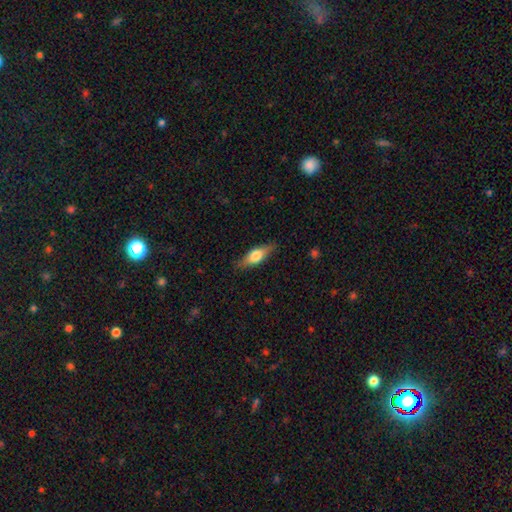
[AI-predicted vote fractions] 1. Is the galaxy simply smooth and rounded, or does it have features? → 62% smooth, 32% featured or disk, 6% star or artifact.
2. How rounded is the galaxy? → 64% in between, 33% cigar-shaped, 3% round.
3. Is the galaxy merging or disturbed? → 83% none, 13% minor disturbance, 3% major disturbance, 1% merger.